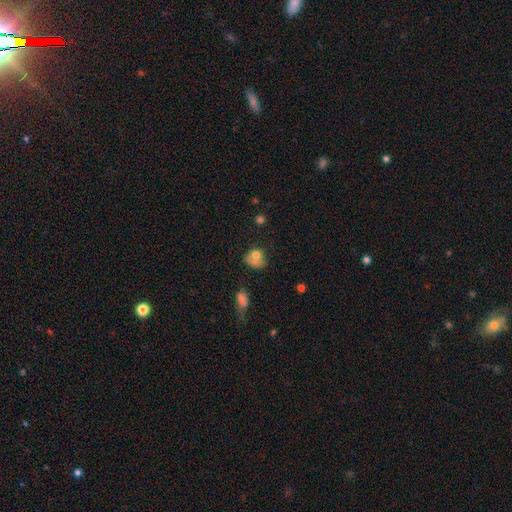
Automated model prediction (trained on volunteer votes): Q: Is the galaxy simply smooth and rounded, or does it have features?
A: smooth — 72%.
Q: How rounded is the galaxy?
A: round — 57%.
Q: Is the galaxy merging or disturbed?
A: none — 35%.